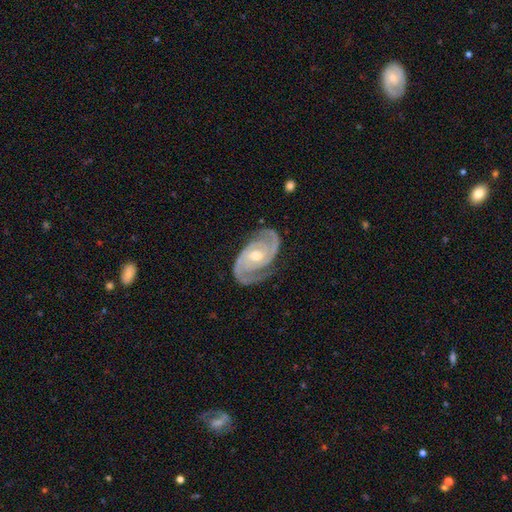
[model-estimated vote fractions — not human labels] featured or disk 93%, star or artifact 4%, smooth 3%. Down the decision tree: edge-on disk — no (97%); bar — no (51%); spiral arms — yes (98%); spiral arm count — 2 (89%); spiral winding — tight (58%); bulge size — moderate (67%); merging — none (80%).